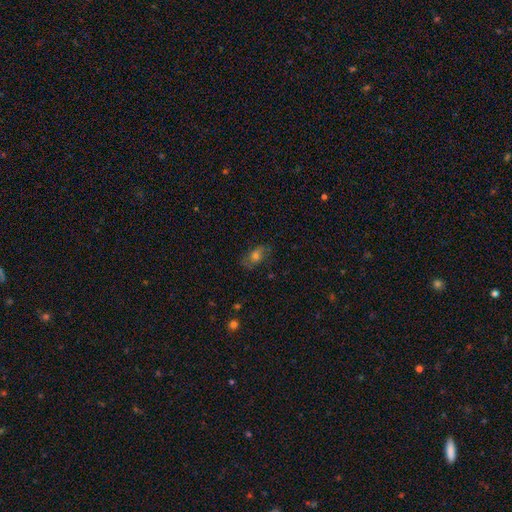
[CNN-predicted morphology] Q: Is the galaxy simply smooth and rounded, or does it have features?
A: smooth — 50%.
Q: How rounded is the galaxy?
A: in between — 77%.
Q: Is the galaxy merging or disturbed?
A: none — 73%.